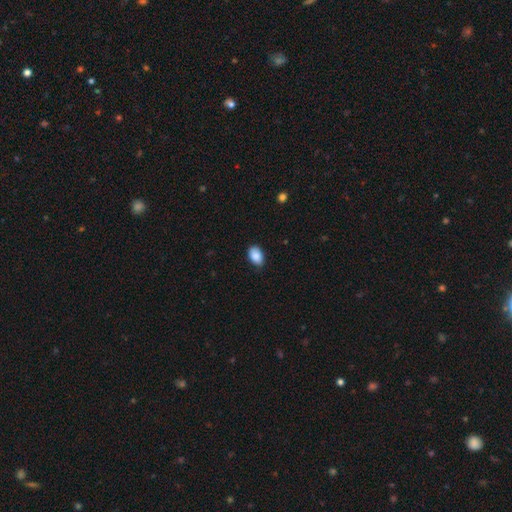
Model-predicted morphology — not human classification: Smooth or featured: smooth — 88% (star or artifact — 7%)
How rounded: in between — 89% (round — 10%)
Merging: none — 77% (minor disturbance — 19%)